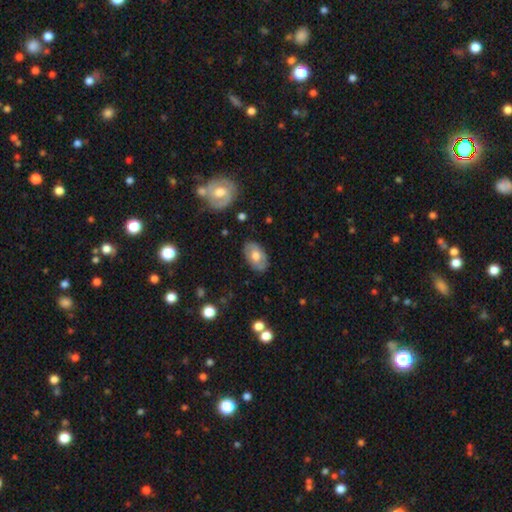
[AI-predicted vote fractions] This is possibly a smooth galaxy (58%). How rounded: clearly in between (90%). Merging: clearly none (82%).